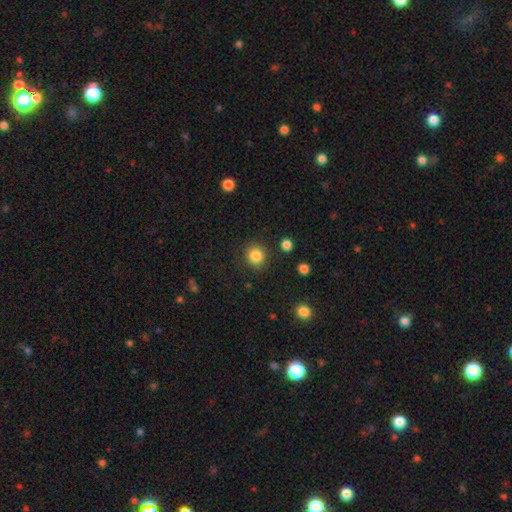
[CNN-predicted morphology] A smooth galaxy with no disk features (85%) that is round (88%). Merging: none (86%).